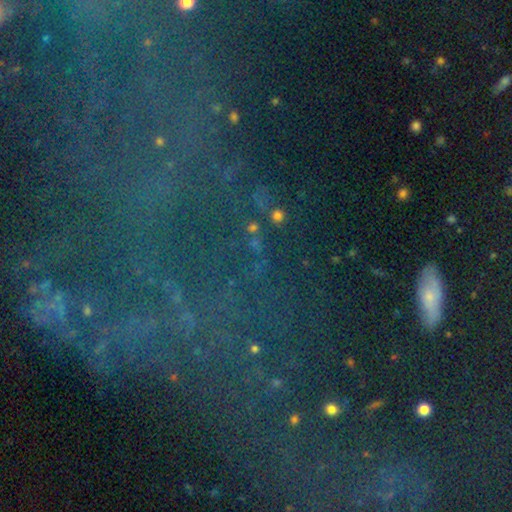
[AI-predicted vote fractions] Morphology: type=star or artifact (66%).